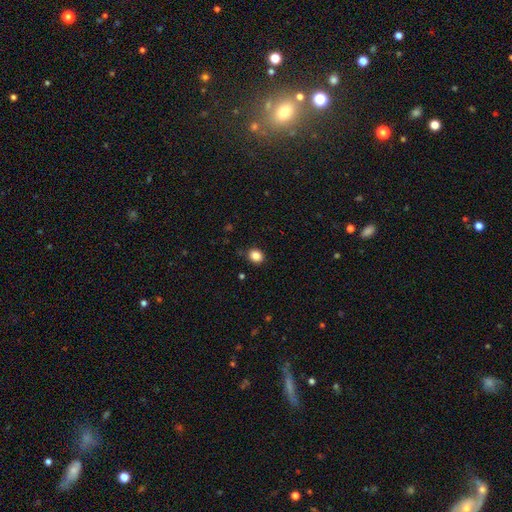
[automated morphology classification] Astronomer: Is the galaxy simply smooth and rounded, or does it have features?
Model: smooth — 86%.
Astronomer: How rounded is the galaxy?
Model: round — 60% (runner-up: in between, 39%).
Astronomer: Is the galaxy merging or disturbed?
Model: none — 88%.